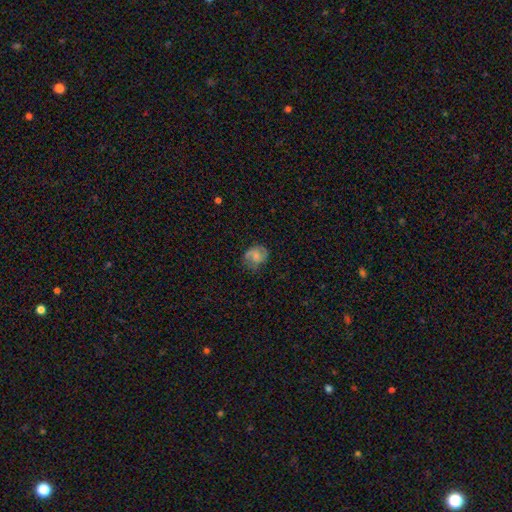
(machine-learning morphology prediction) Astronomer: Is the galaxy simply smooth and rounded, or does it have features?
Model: featured or disk — 48% (runner-up: smooth, 43%).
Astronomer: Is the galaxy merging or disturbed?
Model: none — 68%.